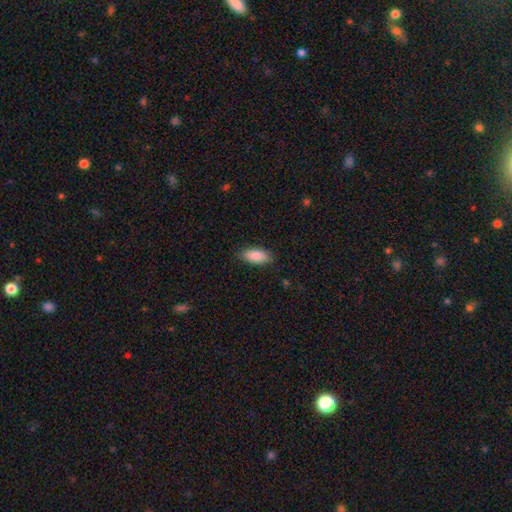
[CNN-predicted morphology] type=smooth (88%); roundness=in between (88%); merging=none (85%).